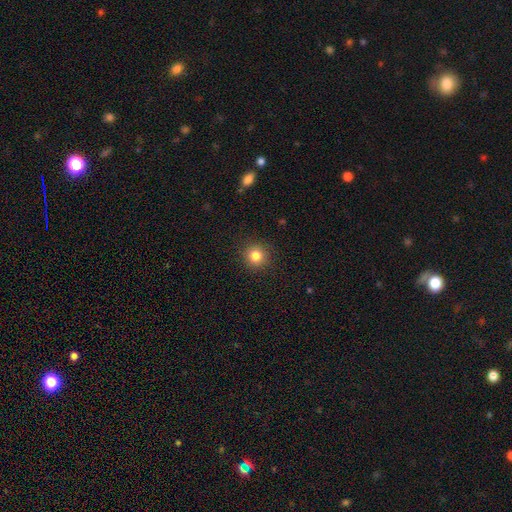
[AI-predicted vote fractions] smooth_or_featured: smooth (p=0.82) [alt: star or artifact p=0.12]
how_rounded: round (p=0.94) [alt: in between p=0.05]
merging: none (p=0.91) [alt: minor disturbance p=0.06]